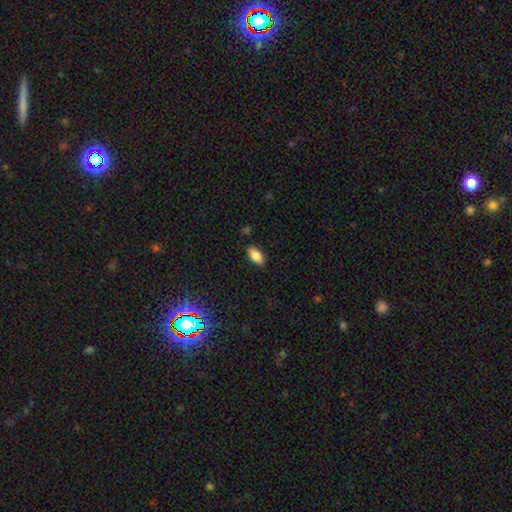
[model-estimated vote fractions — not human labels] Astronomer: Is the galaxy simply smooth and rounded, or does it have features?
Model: smooth — 85%.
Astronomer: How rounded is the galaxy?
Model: in between — 92%.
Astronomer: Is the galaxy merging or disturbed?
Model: none — 86%.